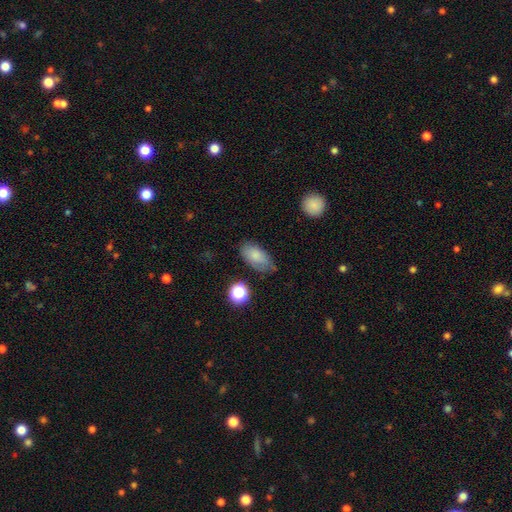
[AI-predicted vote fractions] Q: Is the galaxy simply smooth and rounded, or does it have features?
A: smooth — 79%.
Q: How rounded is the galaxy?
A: in between — 91%.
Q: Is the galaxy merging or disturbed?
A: none — 65%.